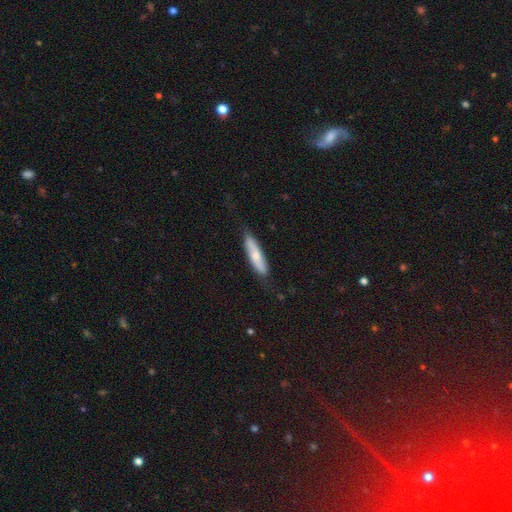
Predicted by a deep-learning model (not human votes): This is likely a smooth galaxy (61%). How rounded: likely cigar-shaped (71%). Merging: likely none (78%).